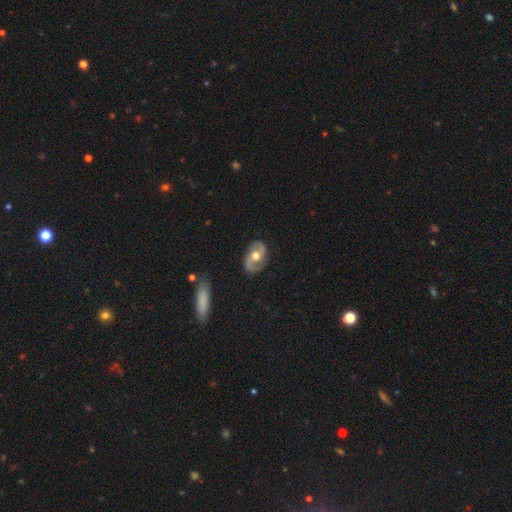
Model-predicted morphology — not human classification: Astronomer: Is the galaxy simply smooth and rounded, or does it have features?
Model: featured or disk — 76%.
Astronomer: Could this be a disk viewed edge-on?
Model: no — 96%.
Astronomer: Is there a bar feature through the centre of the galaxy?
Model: no — 63%.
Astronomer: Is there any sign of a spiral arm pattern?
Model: yes — 86%.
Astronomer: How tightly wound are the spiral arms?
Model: medium — 45% (runner-up: loose, 34%).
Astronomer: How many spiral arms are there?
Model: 2 — 90%.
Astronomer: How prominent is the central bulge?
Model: moderate — 76%.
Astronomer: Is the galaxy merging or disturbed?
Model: none — 80%.